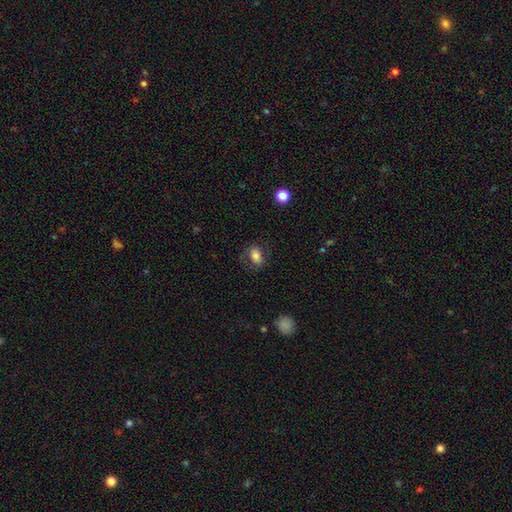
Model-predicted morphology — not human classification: type=smooth (70%); roundness=in between (80%); merging=none (67%).